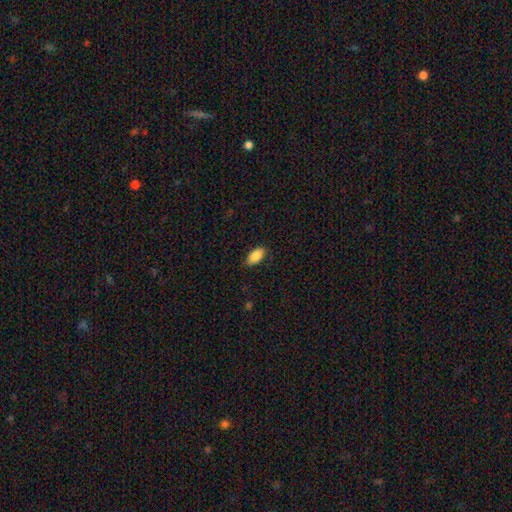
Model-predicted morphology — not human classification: Smooth or featured? smooth (86%)
How rounded? in between (91%)
Merging? none (83%)